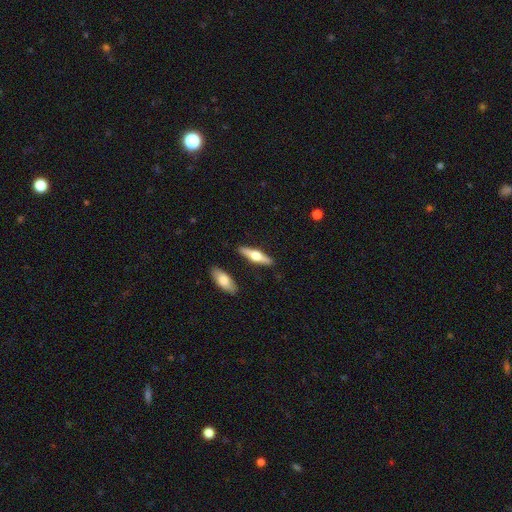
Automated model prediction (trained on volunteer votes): Smooth or featured? Predicted: featured or disk (p=0.61). Edge-on disk? Predicted: yes (p=0.96). Edge-on bulge? Predicted: rounded (p=0.95). Merging? Predicted: none (p=0.88).